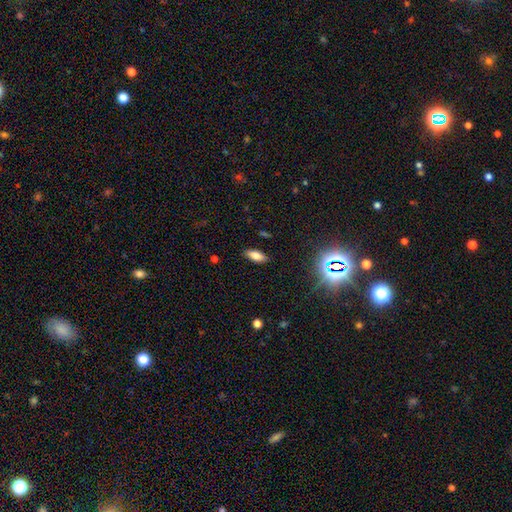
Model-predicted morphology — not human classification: smooth_or_featured: smooth (p=0.75) [alt: star or artifact p=0.13]
how_rounded: in between (p=0.81) [alt: cigar-shaped p=0.17]
merging: none (p=0.87) [alt: minor disturbance p=0.09]